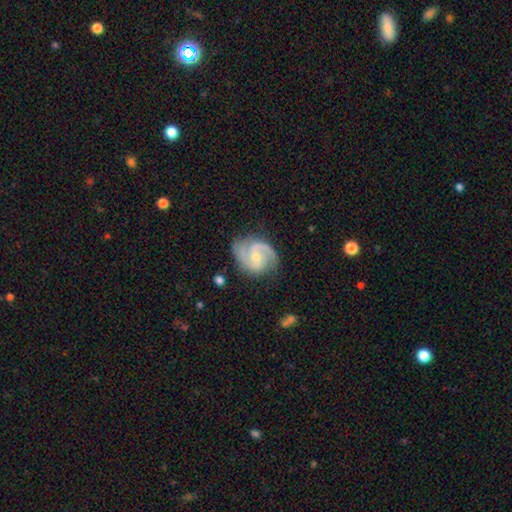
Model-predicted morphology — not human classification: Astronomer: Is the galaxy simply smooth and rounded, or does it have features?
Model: featured or disk — 88%.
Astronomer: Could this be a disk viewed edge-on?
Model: no — 98%.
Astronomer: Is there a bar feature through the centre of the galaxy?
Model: no — 52% (runner-up: weak, 41%).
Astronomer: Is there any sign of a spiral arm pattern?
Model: yes — 98%.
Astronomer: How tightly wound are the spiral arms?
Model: medium — 54% (runner-up: tight, 32%).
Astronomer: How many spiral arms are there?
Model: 2 — 82%.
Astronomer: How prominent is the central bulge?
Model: small — 52% (runner-up: moderate, 44%).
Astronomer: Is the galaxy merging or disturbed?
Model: none — 73%.